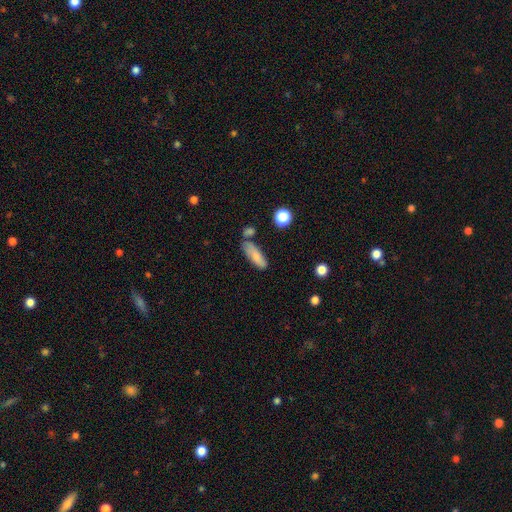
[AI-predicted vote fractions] Smooth or featured? Predicted: smooth (p=0.74). How rounded? Predicted: in between (p=0.60). Merging? Predicted: none (p=0.61).